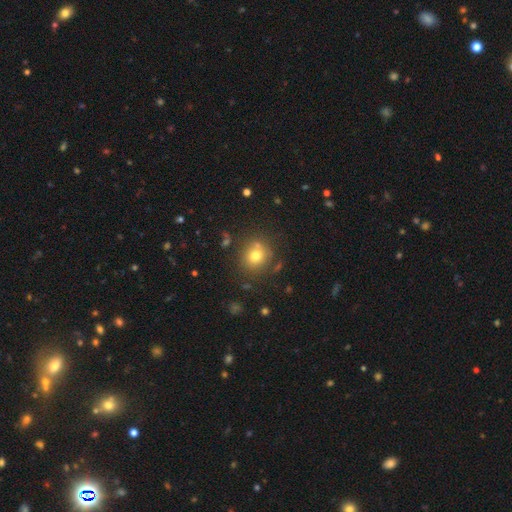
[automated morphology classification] A smooth galaxy with no disk features (74%) that is round (82%). Merging: none (76%).